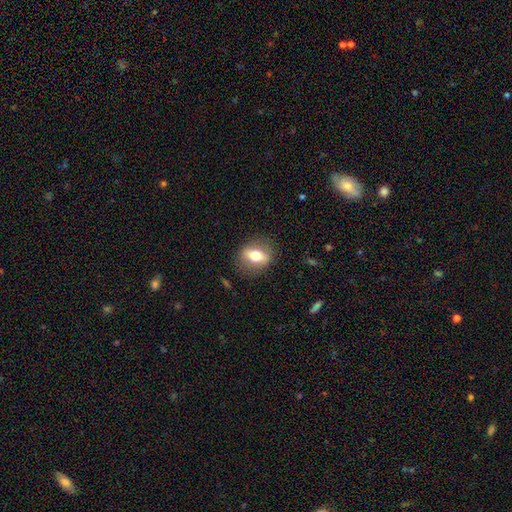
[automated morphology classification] type=smooth (55%); roundness=in between (58%); merging=none (84%).